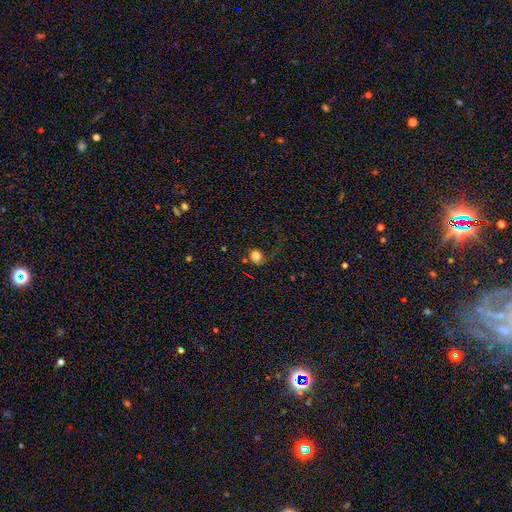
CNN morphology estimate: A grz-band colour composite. It shows a smooth galaxy with no disk features (78%) that is round (72%). Merging: none (48%).